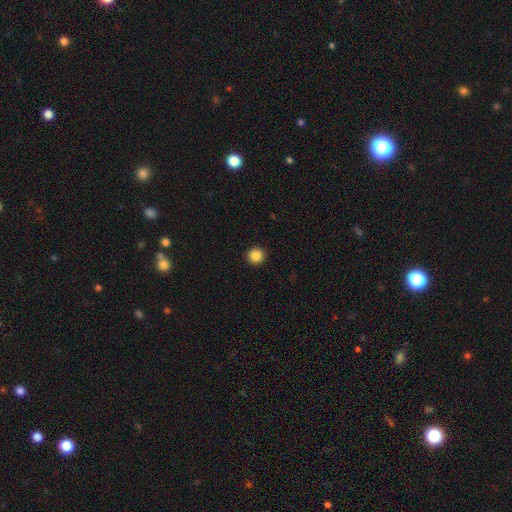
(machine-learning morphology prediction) The model was most divided on "smooth or featured": smooth: 86%, star or artifact: 10%, featured or disk: 3%. More confident: how rounded — round (93%); merging — none (93%).